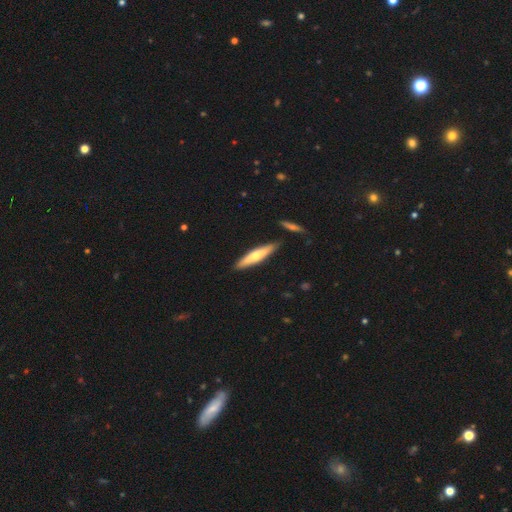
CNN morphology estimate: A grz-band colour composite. It shows a smooth galaxy with no disk features (50%) that is cigar-shaped (85%). Merging: none (86%).